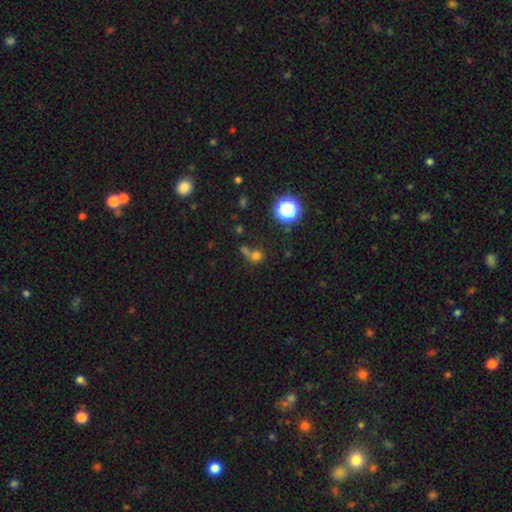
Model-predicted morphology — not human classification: Overall: star or artifact (53%; smooth 36%).